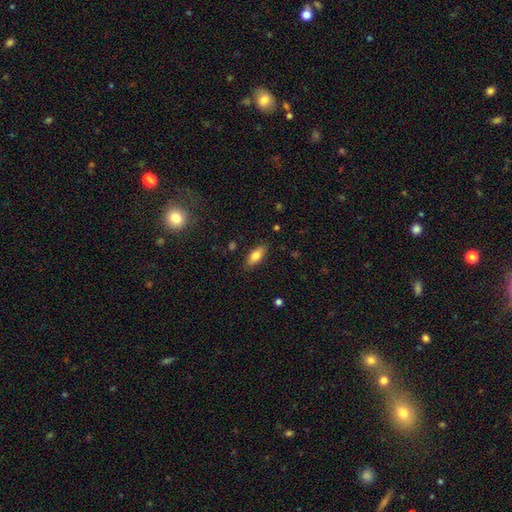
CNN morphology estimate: smooth-or-featured: smooth: 79% | featured or disk: 13% | star or artifact: 7%
  how-rounded: in between: 80% | cigar-shaped: 17% | round: 3%
  merging: none: 85% | minor disturbance: 11% | major disturbance: 3% | merger: 1%